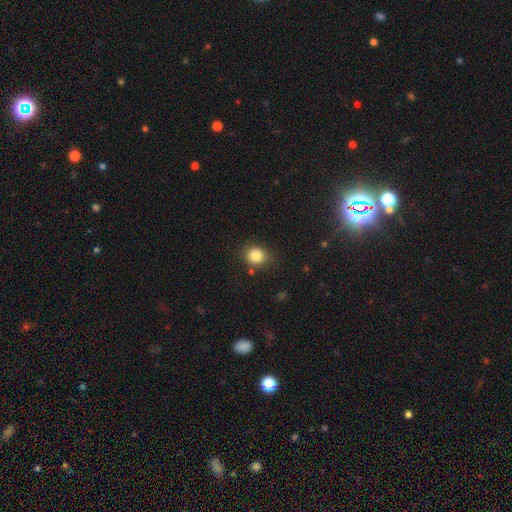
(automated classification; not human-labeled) Smooth or featured? smooth (84%)
How rounded? round (77%)
Merging? none (79%)